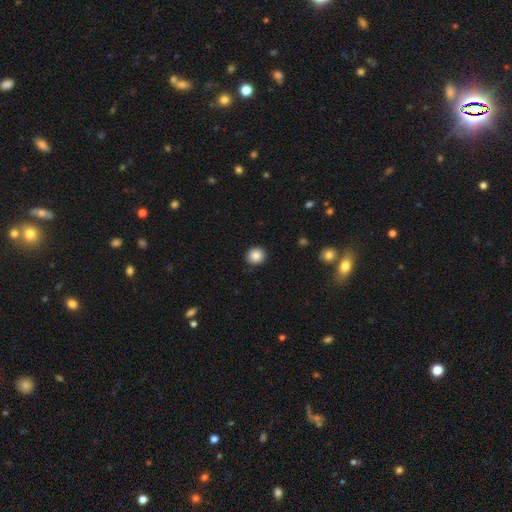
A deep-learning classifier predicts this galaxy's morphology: type=smooth (86%); roundness=round (83%); merging=none (91%).